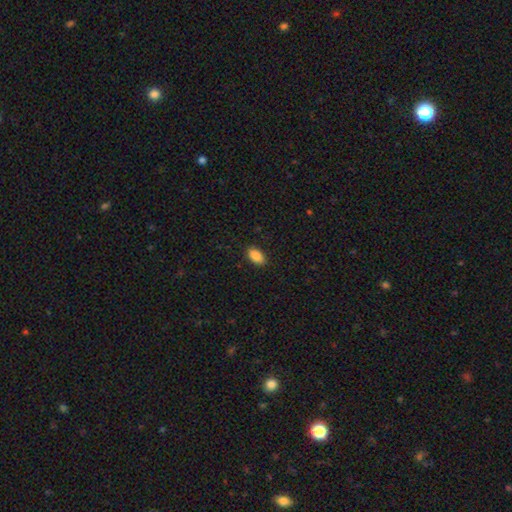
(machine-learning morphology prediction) The model was most divided on "smooth or featured": smooth: 87%, star or artifact: 8%, featured or disk: 6%. More confident: how rounded — in between (93%); merging — none (88%).